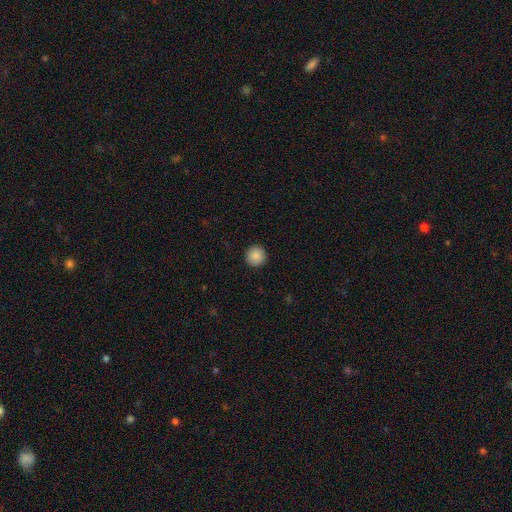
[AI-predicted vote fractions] Smooth or featured? smooth (88%)
How rounded? round (96%)
Merging? none (93%)